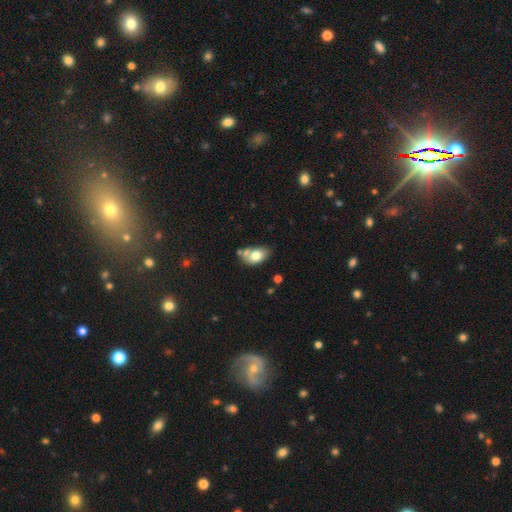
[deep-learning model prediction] Smooth or featured: smooth — 74% (featured or disk — 18%)
How rounded: in between — 86% (round — 13%)
Merging: none — 45% (merger — 28%)